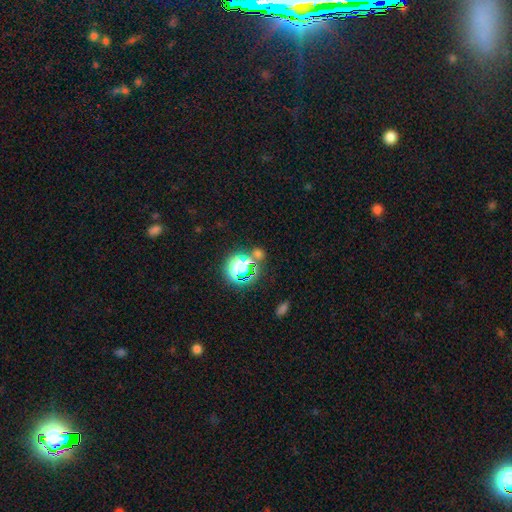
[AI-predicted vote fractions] smooth_or_featured: star or artifact (p=0.63) [alt: smooth p=0.29]